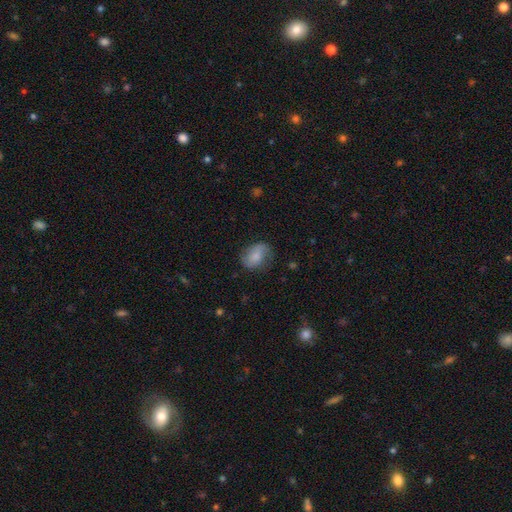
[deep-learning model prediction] Morphology: type=smooth (62%); roundness=in between (72%); merging=none (62%).